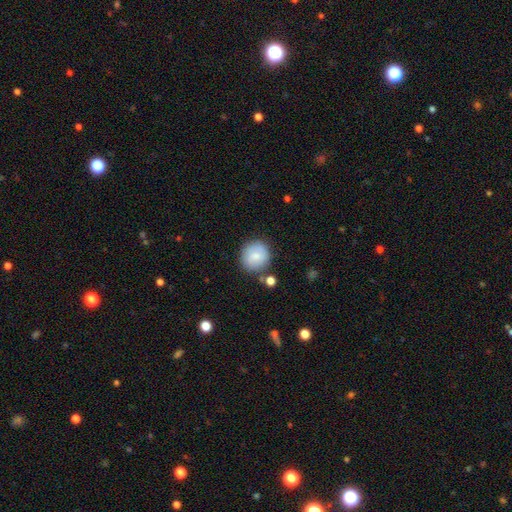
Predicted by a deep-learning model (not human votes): Morphology: type=smooth (82%); roundness=round (89%); merging=none (79%).